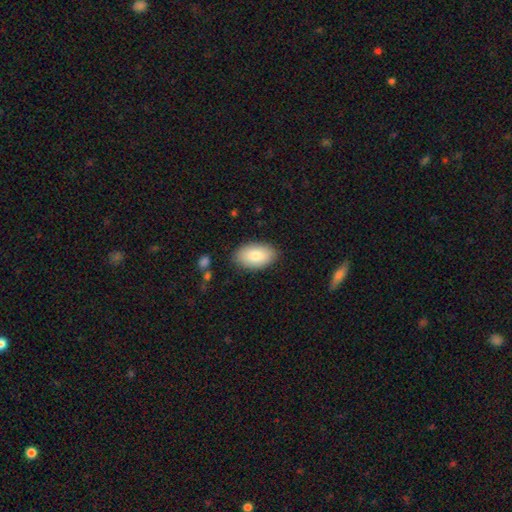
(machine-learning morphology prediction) This is clearly a smooth galaxy (82%). How rounded: clearly in between (94%). Merging: clearly none (85%).